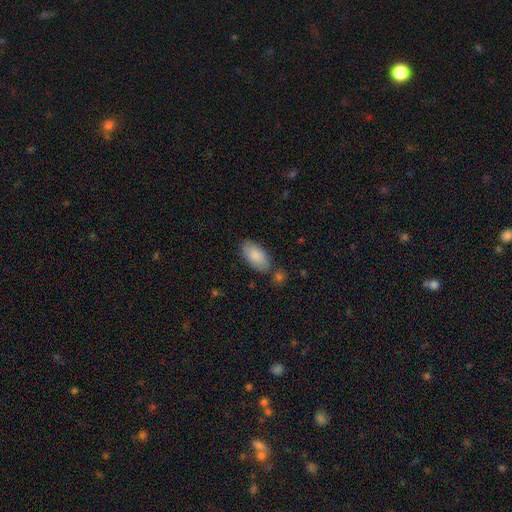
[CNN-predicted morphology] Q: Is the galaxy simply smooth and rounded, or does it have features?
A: smooth — 84%.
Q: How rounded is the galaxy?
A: in between — 94%.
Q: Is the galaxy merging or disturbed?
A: none — 75%.